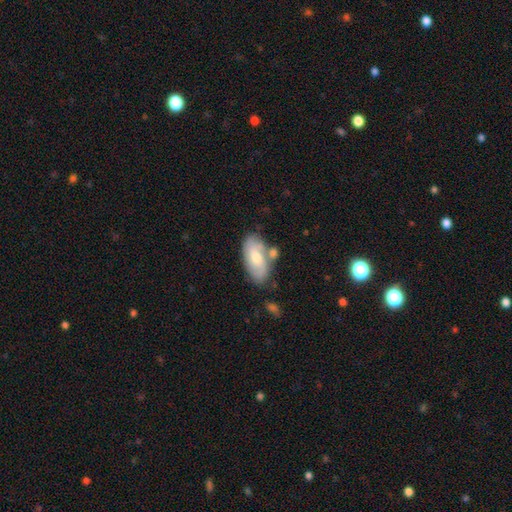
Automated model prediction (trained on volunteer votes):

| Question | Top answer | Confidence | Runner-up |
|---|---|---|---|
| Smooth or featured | smooth | 53% | featured or disk (40%) |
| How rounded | in between | 91% | cigar-shaped (6%) |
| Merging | none | 60% | minor disturbance (18%) |